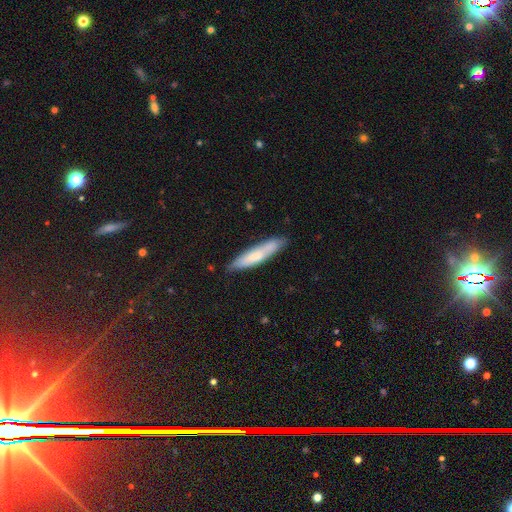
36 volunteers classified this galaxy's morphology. This appears to be a smooth galaxy with no disk features (75%) that is cigar-shaped (78%). Merging: none (74%).